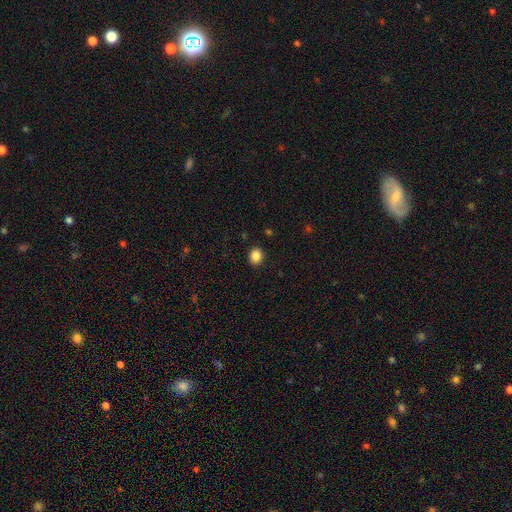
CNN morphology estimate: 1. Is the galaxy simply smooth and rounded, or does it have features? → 87% smooth, 10% star or artifact, 3% featured or disk.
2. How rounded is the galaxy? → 65% round, 34% in between, 1% cigar-shaped.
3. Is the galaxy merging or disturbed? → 91% none, 6% minor disturbance, 2% major disturbance, 1% merger.